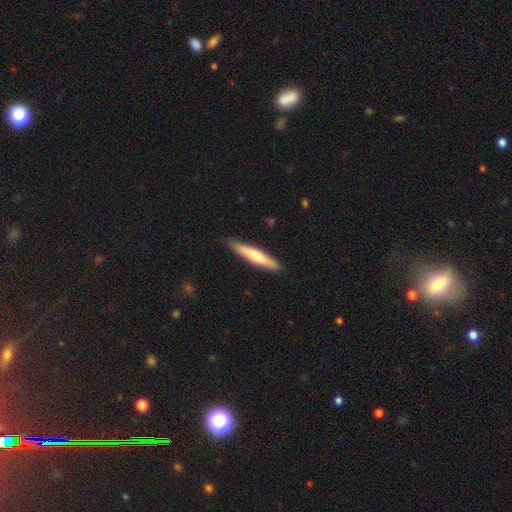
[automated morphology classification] A smooth galaxy with no disk features (63%) that is cigar-shaped (89%).

Vote fractions:
- Smooth or featured? smooth: 63% / featured or disk: 32% / star or artifact: 5%
- How rounded? cigar-shaped: 89% / in between: 10% / round: 1%
- Merging? none: 88% / minor disturbance: 9% / major disturbance: 2% / merger: 1%